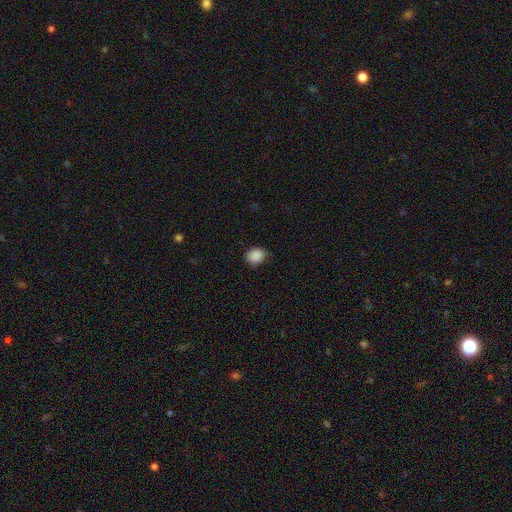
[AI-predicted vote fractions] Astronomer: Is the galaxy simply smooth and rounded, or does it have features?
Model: smooth — 88%.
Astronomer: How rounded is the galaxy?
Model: round — 59% (runner-up: in between, 40%).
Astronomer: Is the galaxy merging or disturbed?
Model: none — 73%.